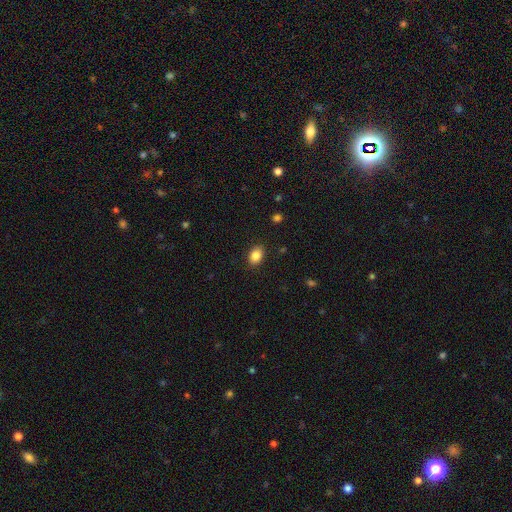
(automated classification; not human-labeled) A smooth galaxy with no disk features (85%) that is in between round and cigar-shaped (77%). Merging: none (88%).